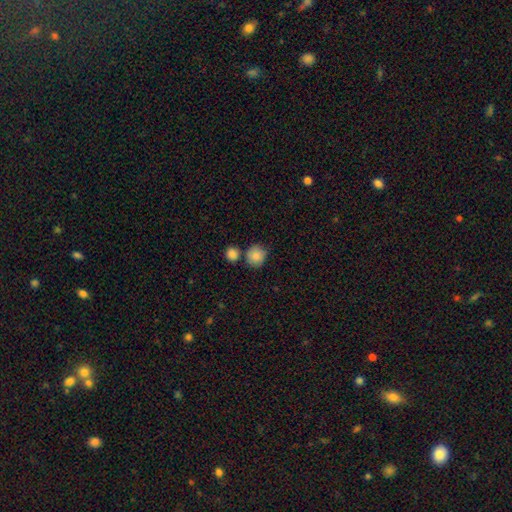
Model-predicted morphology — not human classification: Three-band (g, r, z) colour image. It shows a smooth galaxy with no disk features (85%) that is round (87%). Merging: none (66%).